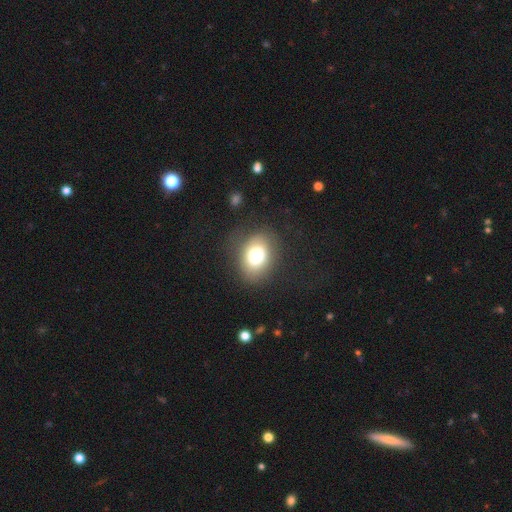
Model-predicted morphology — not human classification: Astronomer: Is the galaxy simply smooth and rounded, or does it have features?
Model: smooth — 77%.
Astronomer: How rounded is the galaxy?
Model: in between — 72%.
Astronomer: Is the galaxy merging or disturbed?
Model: none — 75%.